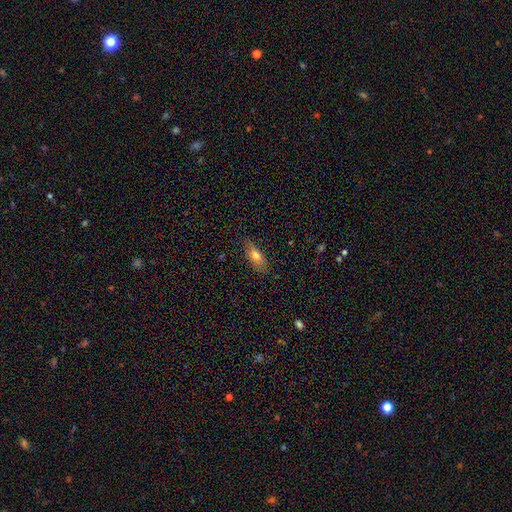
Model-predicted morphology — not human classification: A smooth galaxy with no disk features (72%) that is in between round and cigar-shaped (73%).

Vote fractions:
- Smooth or featured? smooth: 72% / featured or disk: 20% / star or artifact: 8%
- How rounded? in between: 73% / cigar-shaped: 24% / round: 4%
- Merging? none: 78% / minor disturbance: 17% / major disturbance: 4% / merger: 1%